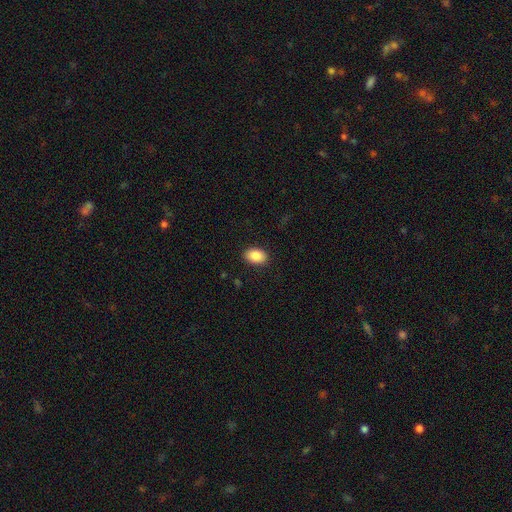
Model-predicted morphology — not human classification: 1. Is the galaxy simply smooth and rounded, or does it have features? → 88% smooth, 7% star or artifact, 5% featured or disk.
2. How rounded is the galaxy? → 88% in between, 11% round, 1% cigar-shaped.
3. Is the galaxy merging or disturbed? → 89% none, 8% minor disturbance, 2% major disturbance, 1% merger.